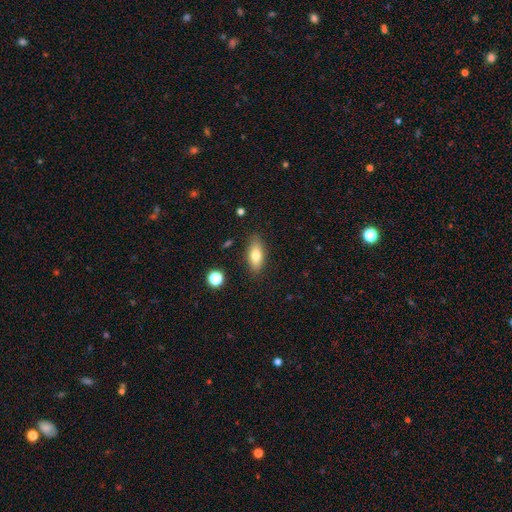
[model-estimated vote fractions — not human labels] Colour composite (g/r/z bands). It shows a smooth galaxy with no disk features (75%) that is in between round and cigar-shaped (77%). Merging: none (85%).